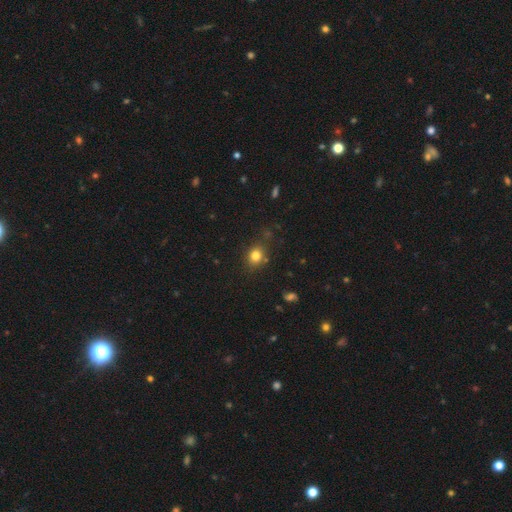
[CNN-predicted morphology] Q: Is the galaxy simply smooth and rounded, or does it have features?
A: smooth — 81%.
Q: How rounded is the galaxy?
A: round — 63%.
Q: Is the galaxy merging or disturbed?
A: none — 79%.